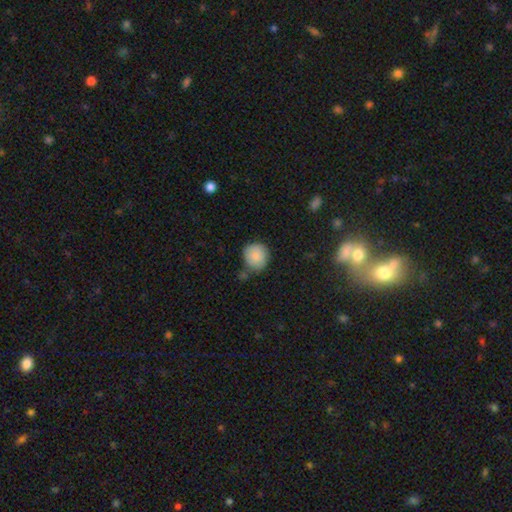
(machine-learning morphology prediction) A smooth galaxy with no disk features (86%) that is round (86%).

Vote fractions:
- Smooth or featured? smooth: 86% / star or artifact: 8% / featured or disk: 6%
- How rounded? round: 86% / in between: 13% / cigar-shaped: 1%
- Merging? none: 65% / minor disturbance: 22% / merger: 9% / major disturbance: 5%